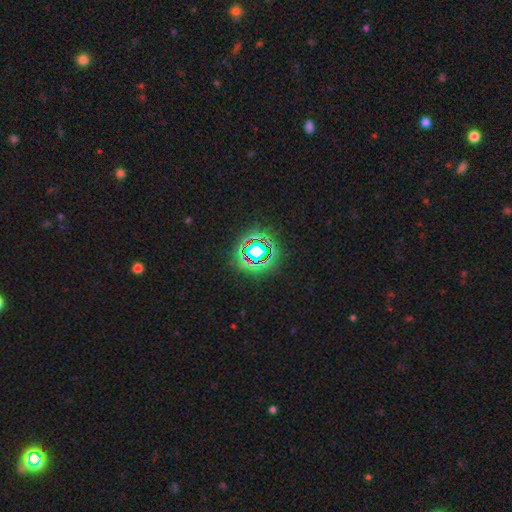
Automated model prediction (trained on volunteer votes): star or artifact 76%, smooth 14%, featured or disk 9%.